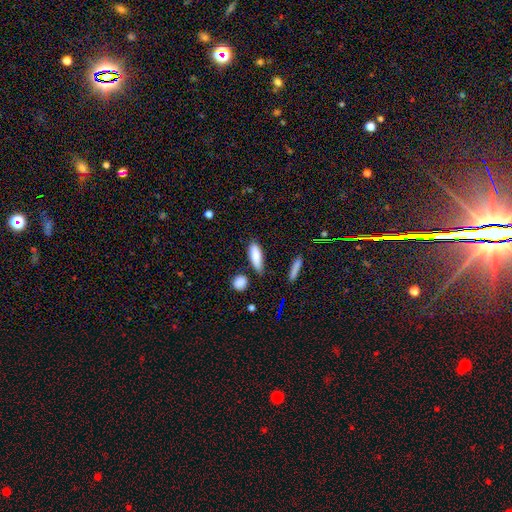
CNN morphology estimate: A smooth galaxy with no disk features (82%) that is in between round and cigar-shaped (50%).

Vote fractions:
- Smooth or featured? smooth: 82% / featured or disk: 11% / star or artifact: 8%
- How rounded? in between: 50% / cigar-shaped: 47% / round: 3%
- Merging? none: 70% / minor disturbance: 19% / merger: 6% / major disturbance: 5%